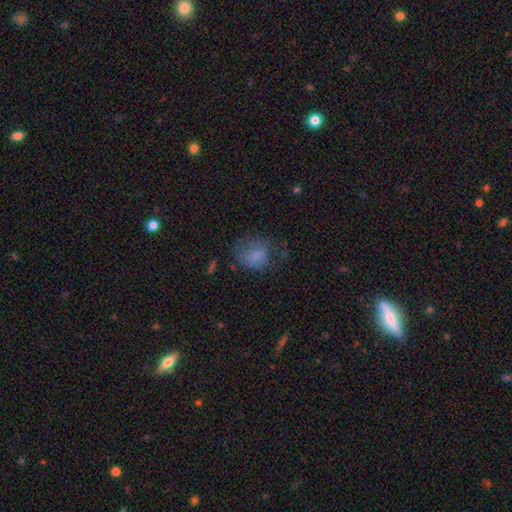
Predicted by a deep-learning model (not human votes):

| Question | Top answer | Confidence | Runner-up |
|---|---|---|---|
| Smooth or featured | smooth | 71% | featured or disk (16%) |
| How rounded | round | 56% | in between (43%) |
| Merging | none | 41% | major disturbance (30%) |